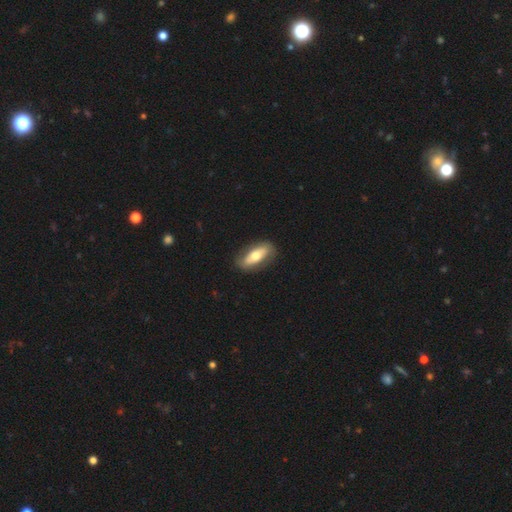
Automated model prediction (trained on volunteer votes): Smooth or featured: smooth — 56% (featured or disk — 39%)
How rounded: in between — 75% (cigar-shaped — 22%)
Merging: none — 83% (minor disturbance — 12%)